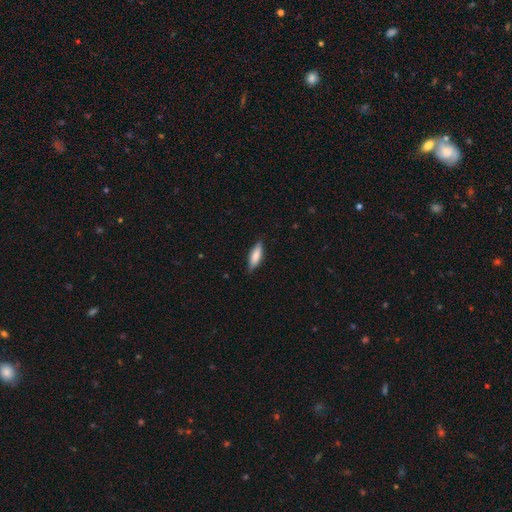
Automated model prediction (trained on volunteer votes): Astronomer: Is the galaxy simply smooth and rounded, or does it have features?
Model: smooth — 79%.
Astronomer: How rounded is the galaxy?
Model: in between — 50% (runner-up: cigar-shaped, 49%).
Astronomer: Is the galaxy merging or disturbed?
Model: none — 83%.